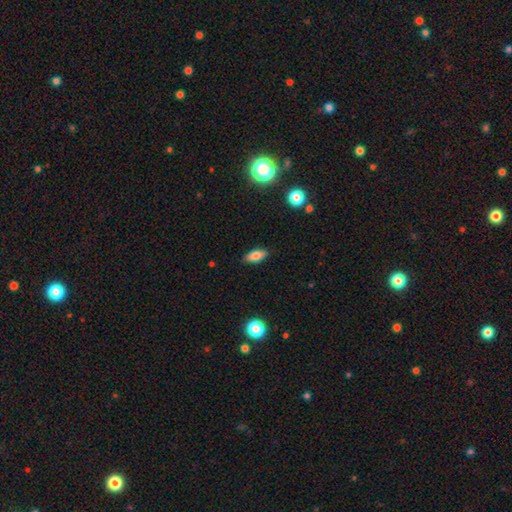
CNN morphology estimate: Smooth or featured?
  - smooth: 75% *
  - featured or disk: 16%
  - star or artifact: 9%
How rounded?
  - in between: 80% *
  - cigar-shaped: 16%
  - round: 4%
Merging?
  - none: 85% *
  - minor disturbance: 12%
  - major disturbance: 2%
  - merger: 1%